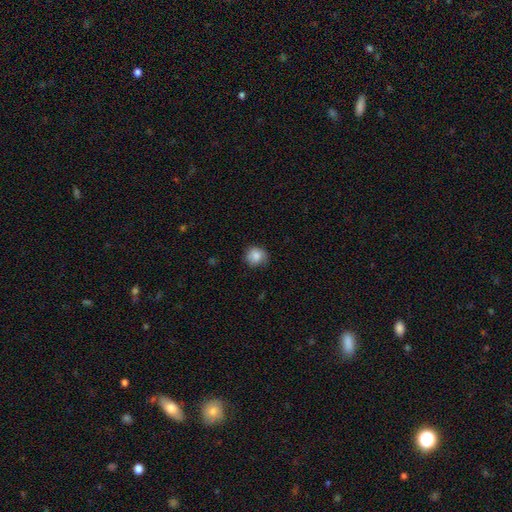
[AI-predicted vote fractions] smooth-or-featured: smooth: 84% | star or artifact: 9% | featured or disk: 8%
  how-rounded: round: 85% | in between: 14% | cigar-shaped: 1%
  merging: none: 73% | minor disturbance: 21% | major disturbance: 4% | merger: 1%